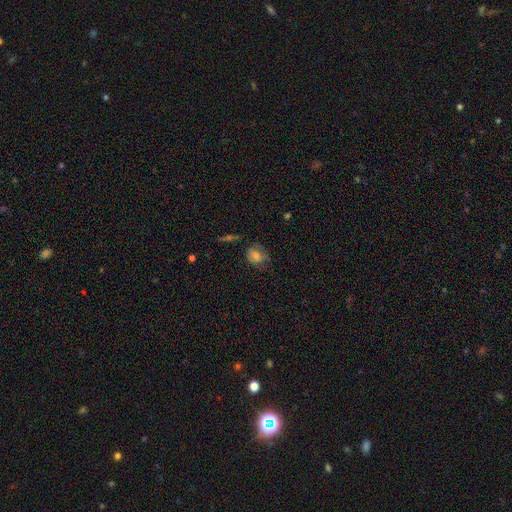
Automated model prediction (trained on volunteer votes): Smooth or featured? Predicted: smooth (p=0.60). How rounded? Predicted: round (p=0.59). Merging? Predicted: none (p=0.58).